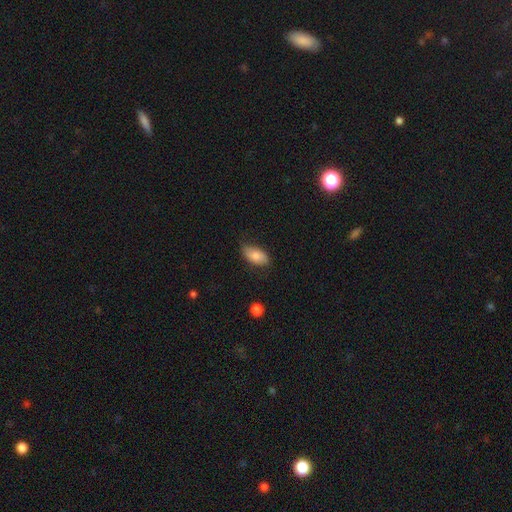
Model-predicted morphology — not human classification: type=smooth (80%); roundness=in between (93%); merging=none (70%).